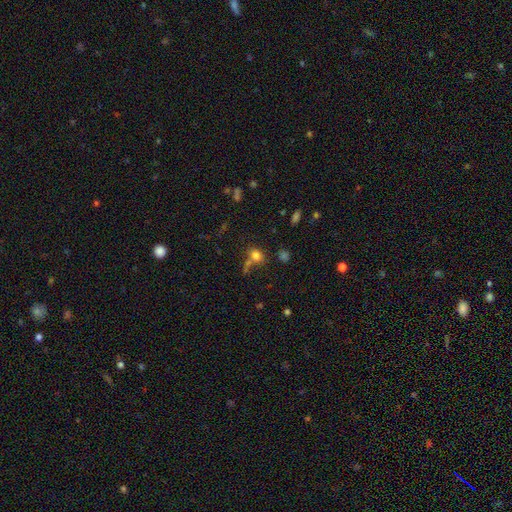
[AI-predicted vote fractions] Overall: smooth (76%). How rounded: round (59%; in between 39%). Merging: none (59%; merger 20%).